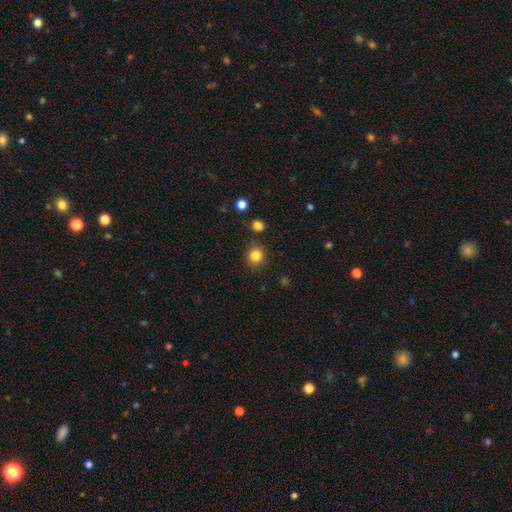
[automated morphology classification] Smooth or featured: smooth — 84% (star or artifact — 11%)
How rounded: round — 85% (in between — 14%)
Merging: none — 86% (minor disturbance — 8%)